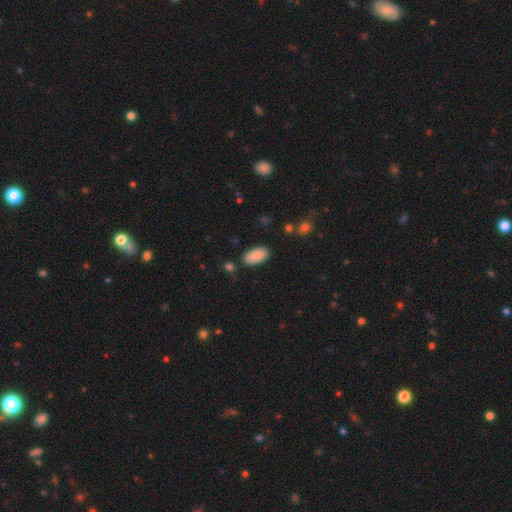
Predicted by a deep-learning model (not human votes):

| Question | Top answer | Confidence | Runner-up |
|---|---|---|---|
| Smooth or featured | smooth | 87% | star or artifact (7%) |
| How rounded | in between | 95% | cigar-shaped (3%) |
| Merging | none | 84% | minor disturbance (11%) |